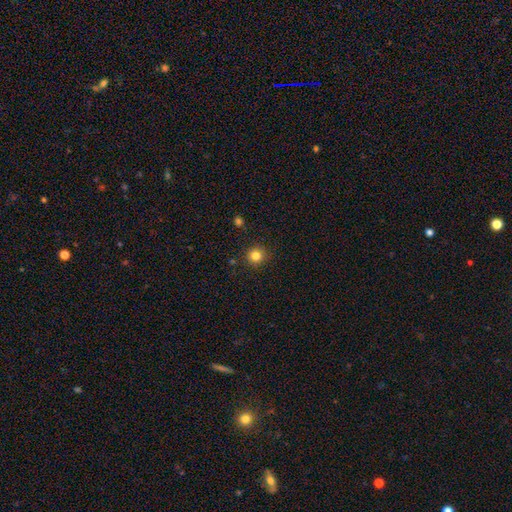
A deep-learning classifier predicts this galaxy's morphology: This is clearly a smooth galaxy (82%). How rounded: clearly round (93%). Merging: clearly none (90%).